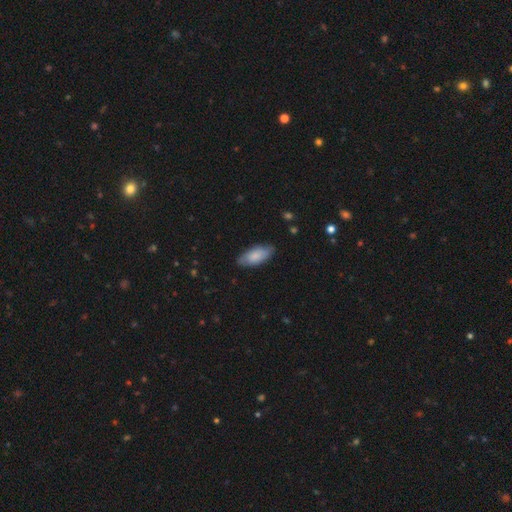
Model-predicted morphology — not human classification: type=smooth (79%); roundness=in between (86%); merging=none (81%).